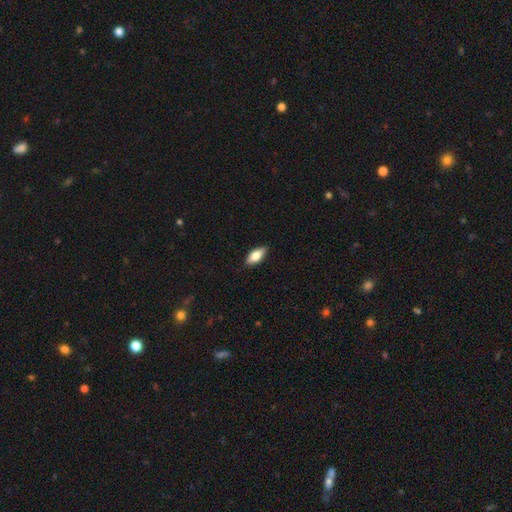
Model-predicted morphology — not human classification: A smooth galaxy with no disk features (69%) that is in between round and cigar-shaped (81%). Merging: none (87%).